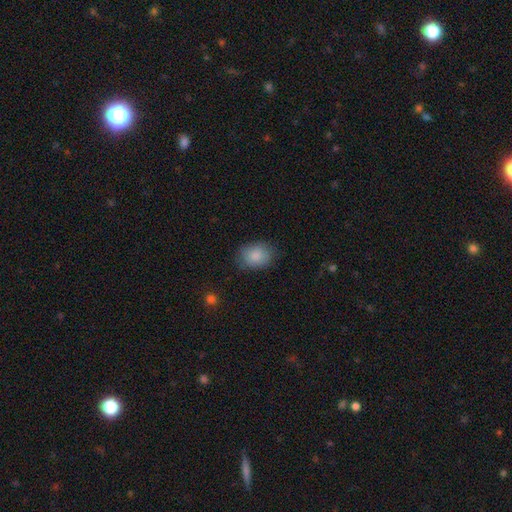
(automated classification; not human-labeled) Smooth or featured? Predicted: smooth (p=0.86). How rounded? Predicted: in between (p=0.59). Merging? Predicted: none (p=0.77).